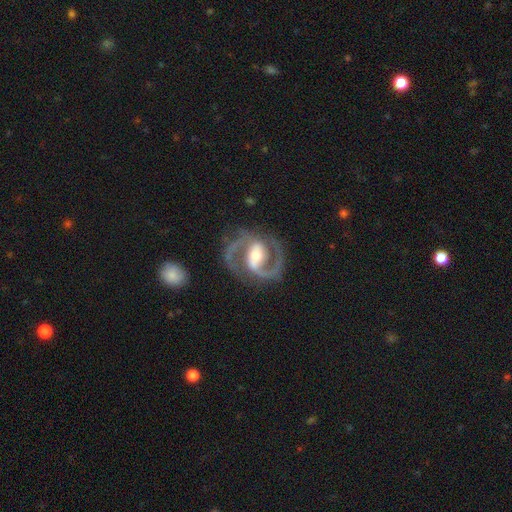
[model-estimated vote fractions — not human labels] A featured or disk galaxy (92%) with a strong bar (51%), 2 (93%) medium (64%) spiral arms (97%) and a moderate central bulge (61%).

Vote fractions:
- Smooth or featured? featured or disk: 92% / star or artifact: 4% / smooth: 4%
- Edge-on disk? no: 97% / yes: 3%
- Bar? strong: 51% / weak: 34% / no: 16%
- Spiral arms? yes: 97% / no: 3%
- Spiral winding? medium: 64% / tight: 22% / loose: 14%
- Spiral arm count? 2: 93% / can't tell: 2% / 1: 2% / 3: 2% / 4: 1% / more than 4: 1%
- Bulge size? moderate: 61% / small: 26% / large: 10% / none: 2% / dominant: 1%
- Merging? none: 80% / minor disturbance: 12% / major disturbance: 7% / merger: 2%